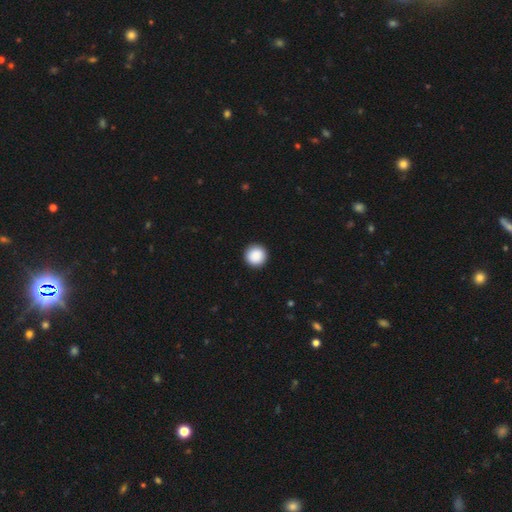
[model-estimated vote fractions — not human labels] Smooth or featured? Predicted: smooth (p=0.89). How rounded? Predicted: round (p=0.97). Merging? Predicted: none (p=0.93).